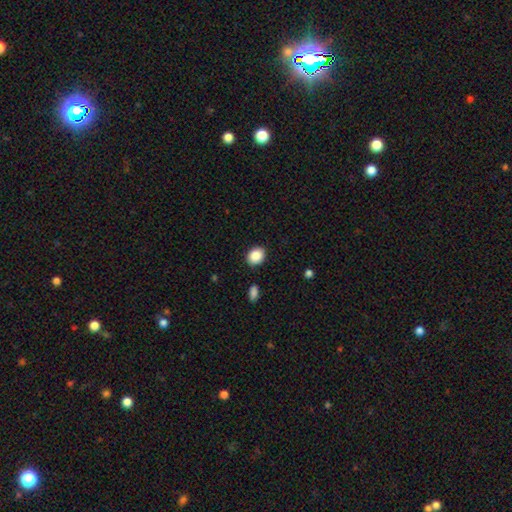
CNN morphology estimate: smooth_or_featured: smooth (p=0.88) [alt: star or artifact p=0.08]
how_rounded: round (p=0.54) [alt: in between p=0.45]
merging: none (p=0.87) [alt: minor disturbance p=0.08]